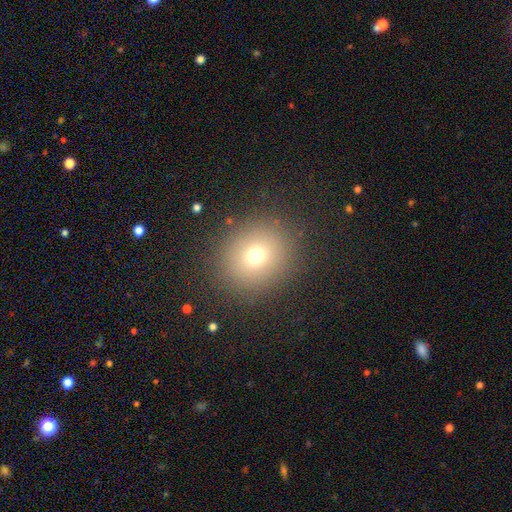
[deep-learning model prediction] A smooth galaxy with no disk features (72%) that is round (79%).

Vote fractions:
- Smooth or featured? smooth: 72% / star or artifact: 17% / featured or disk: 11%
- How rounded? round: 79% / in between: 20% / cigar-shaped: 1%
- Merging? none: 88% / minor disturbance: 7% / major disturbance: 4% / merger: 1%